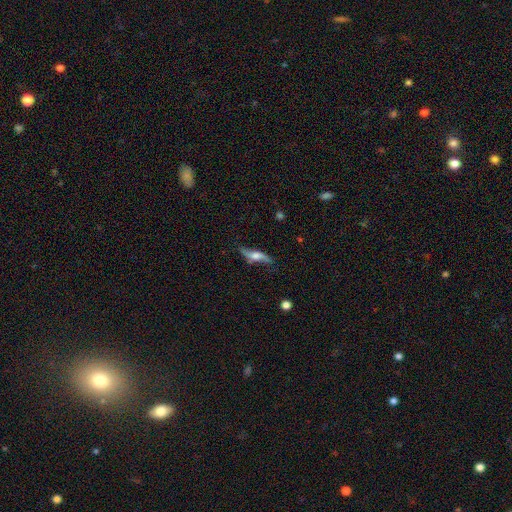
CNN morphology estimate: Smooth or featured?
  - featured or disk: 68% *
  - smooth: 25%
  - star or artifact: 7%
Edge-on disk?
  - no: 51% *
  - yes: 49%
Merging?
  - none: 72% *
  - minor disturbance: 20%
  - major disturbance: 6%
  - merger: 2%